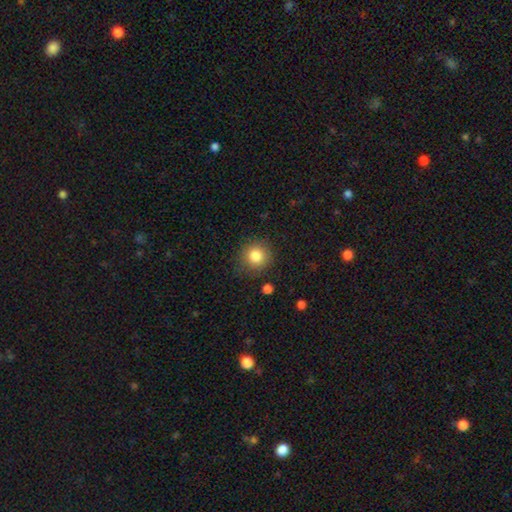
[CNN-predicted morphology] Smooth or featured? Predicted: smooth (p=0.83). How rounded? Predicted: round (p=0.92). Merging? Predicted: none (p=0.86).